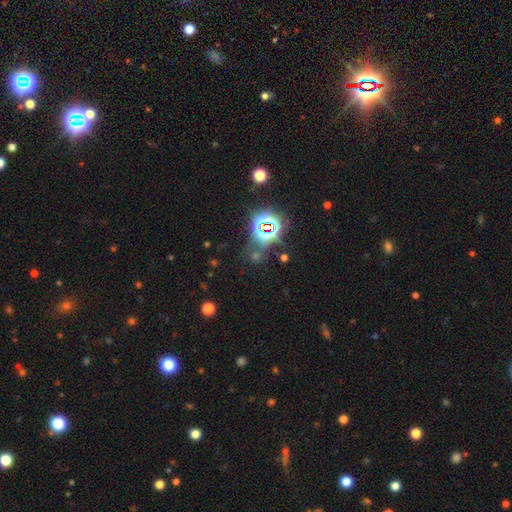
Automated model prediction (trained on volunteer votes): Q: Smooth or featured?
A: star or artifact (74%); runner-up: smooth (18%)